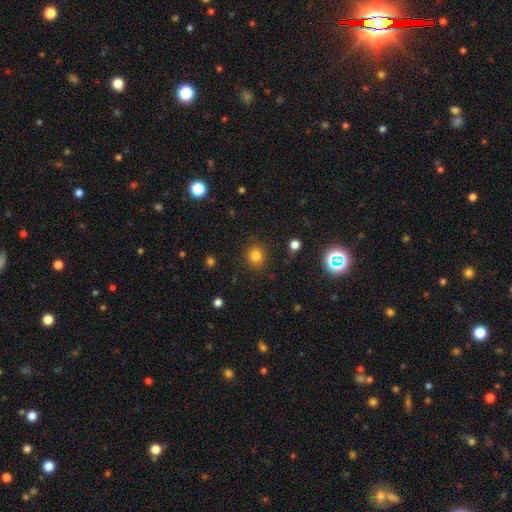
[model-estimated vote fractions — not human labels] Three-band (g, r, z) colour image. It shows a smooth galaxy with no disk features (80%) that is round (85%). Merging: none (87%).